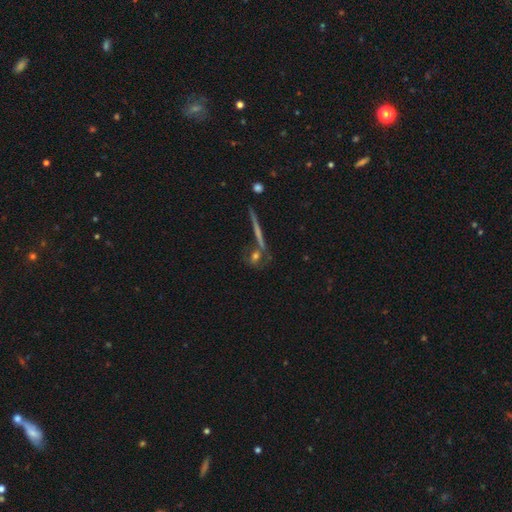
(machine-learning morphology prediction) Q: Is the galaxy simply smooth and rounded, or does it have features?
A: featured or disk — 48%.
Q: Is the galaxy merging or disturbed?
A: none — 70%.